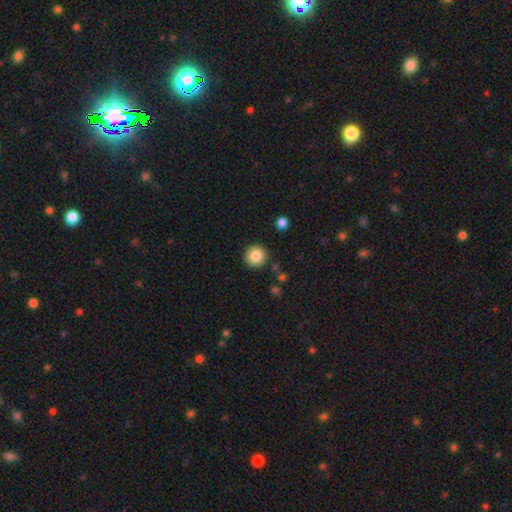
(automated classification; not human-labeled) A smooth galaxy with no disk features (85%) that is round (93%). Merging: none (90%).